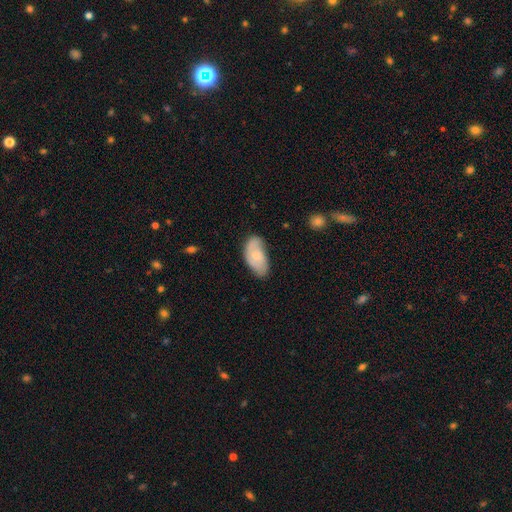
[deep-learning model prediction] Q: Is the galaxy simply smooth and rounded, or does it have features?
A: smooth — 60%.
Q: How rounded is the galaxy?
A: in between — 93%.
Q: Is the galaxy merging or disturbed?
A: none — 58%.